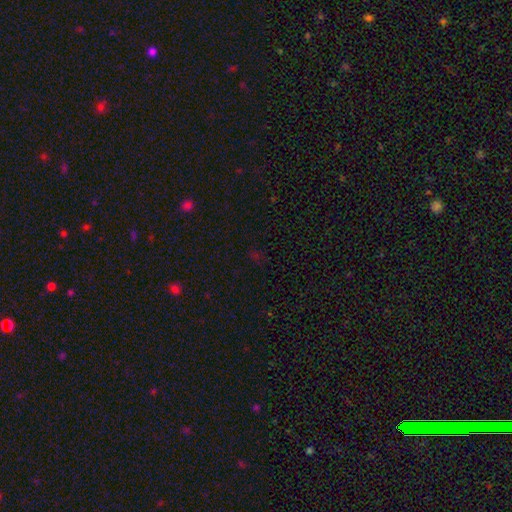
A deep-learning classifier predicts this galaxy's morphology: Smooth or featured?
  - star or artifact: 65% *
  - smooth: 27%
  - featured or disk: 8%